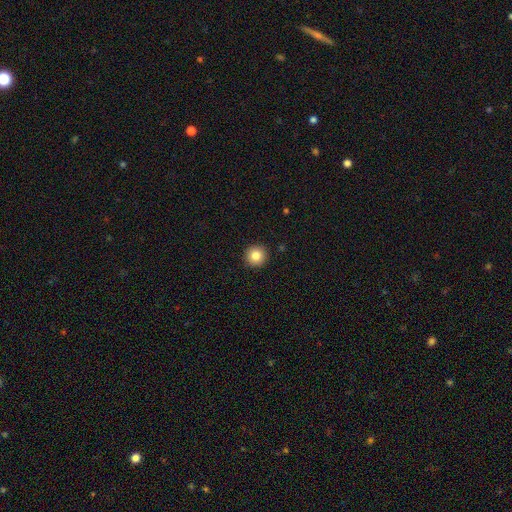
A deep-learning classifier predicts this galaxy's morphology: Smooth or featured? Predicted: smooth (p=0.83). How rounded? Predicted: round (p=0.95). Merging? Predicted: none (p=0.93).